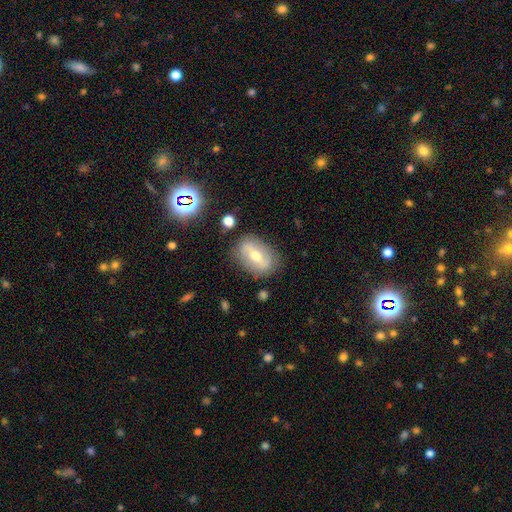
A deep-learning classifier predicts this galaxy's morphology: Smooth or featured?
  - featured or disk: 48% *
  - smooth: 44%
  - star or artifact: 8%
Merging?
  - none: 78% *
  - minor disturbance: 15%
  - major disturbance: 5%
  - merger: 2%